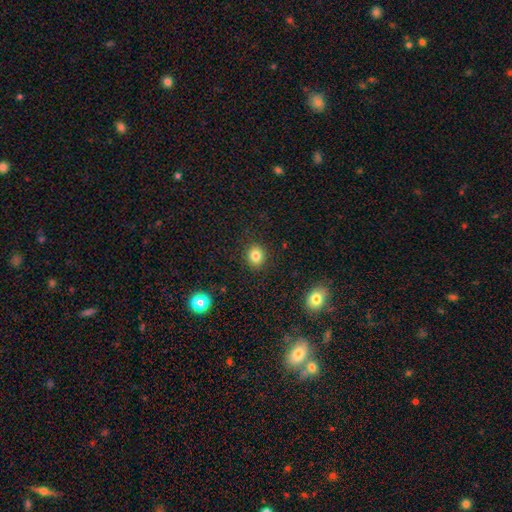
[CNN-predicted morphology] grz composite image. It shows a smooth galaxy with no disk features (83%) that is round (73%). Merging: none (89%).